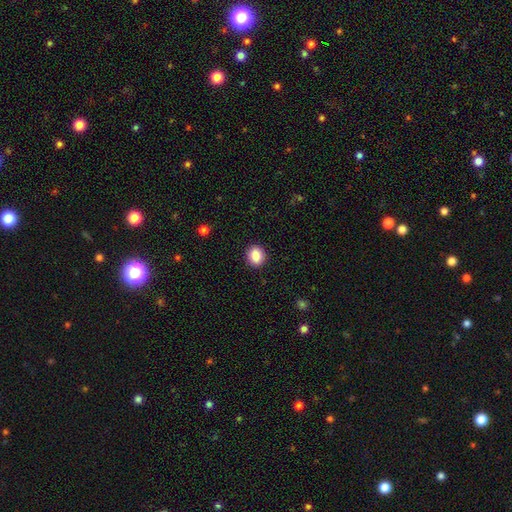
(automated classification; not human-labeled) Smooth or featured? smooth (87%)
How rounded? round (64%)
Merging? none (90%)